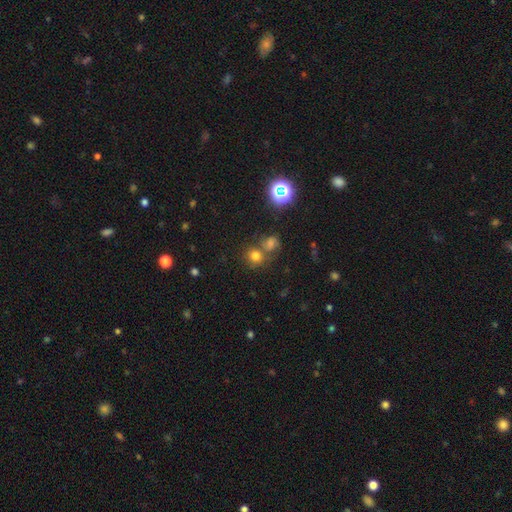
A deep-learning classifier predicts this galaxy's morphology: Smooth or featured?
  - smooth: 69% *
  - star or artifact: 22%
  - featured or disk: 9%
How rounded?
  - round: 81% *
  - in between: 18%
  - cigar-shaped: 1%
Merging?
  - none: 54% *
  - merger: 32%
  - minor disturbance: 9%
  - major disturbance: 4%